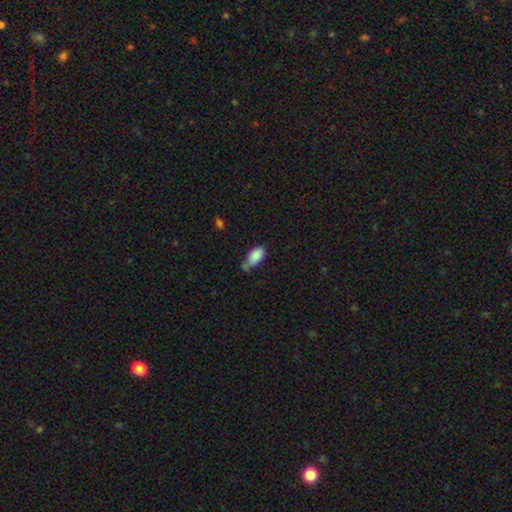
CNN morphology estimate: Smooth or featured? smooth (87%)
How rounded? in between (92%)
Merging? none (44%)